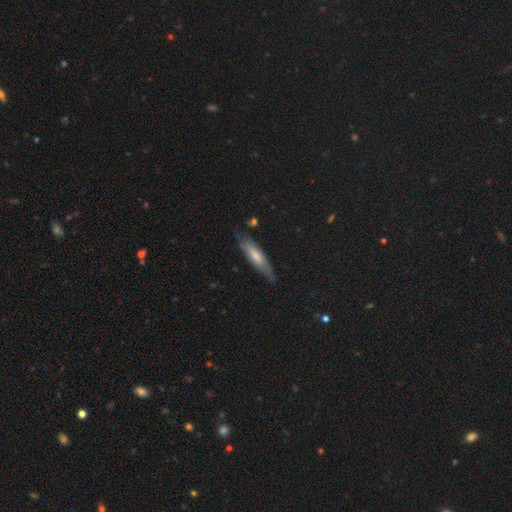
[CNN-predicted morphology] Smooth or featured?
  - smooth: 58% *
  - featured or disk: 36%
  - star or artifact: 6%
How rounded?
  - cigar-shaped: 74% *
  - in between: 25%
  - round: 1%
Merging?
  - none: 71% *
  - minor disturbance: 22%
  - major disturbance: 5%
  - merger: 2%